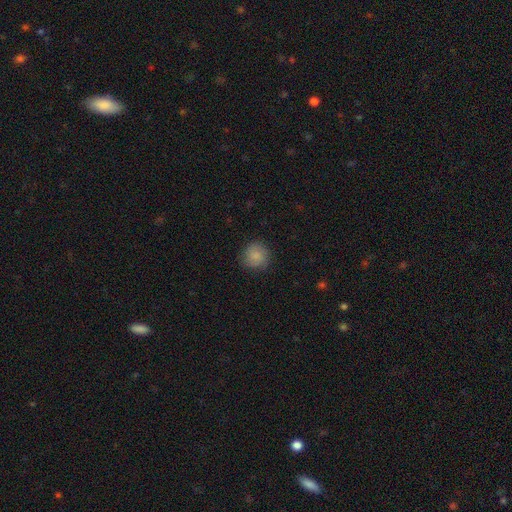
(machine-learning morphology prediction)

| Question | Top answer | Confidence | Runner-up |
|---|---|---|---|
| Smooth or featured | smooth | 83% | featured or disk (9%) |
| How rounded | round | 91% | in between (8%) |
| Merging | none | 84% | minor disturbance (12%) |